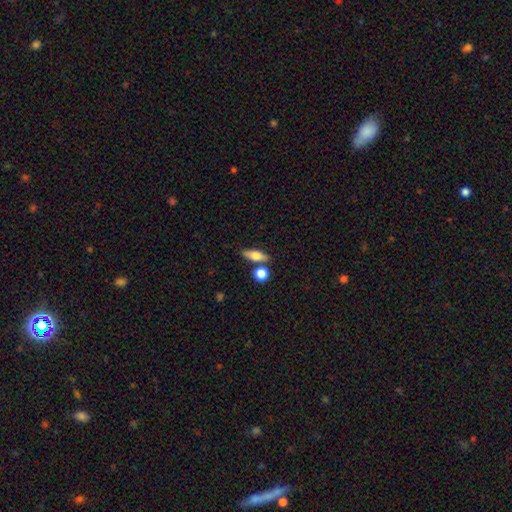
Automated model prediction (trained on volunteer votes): smooth_or_featured: smooth (p=0.62) [alt: featured or disk p=0.30]
how_rounded: in between (p=0.56) [alt: cigar-shaped p=0.33]
merging: none (p=0.72) [alt: merger p=0.13]